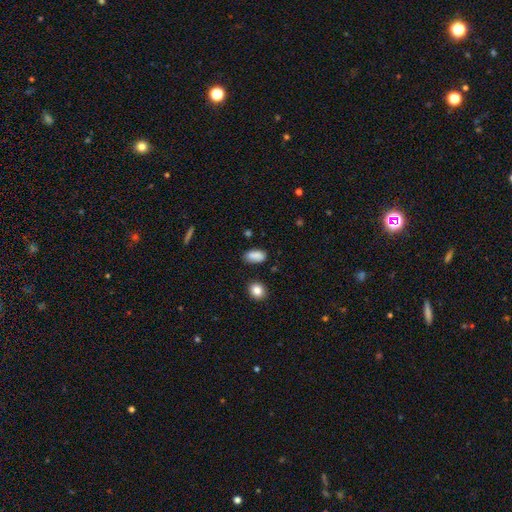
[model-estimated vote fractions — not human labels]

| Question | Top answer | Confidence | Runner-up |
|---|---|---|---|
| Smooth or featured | smooth | 87% | star or artifact (9%) |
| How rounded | in between | 88% | cigar-shaped (6%) |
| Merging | none | 79% | minor disturbance (15%) |